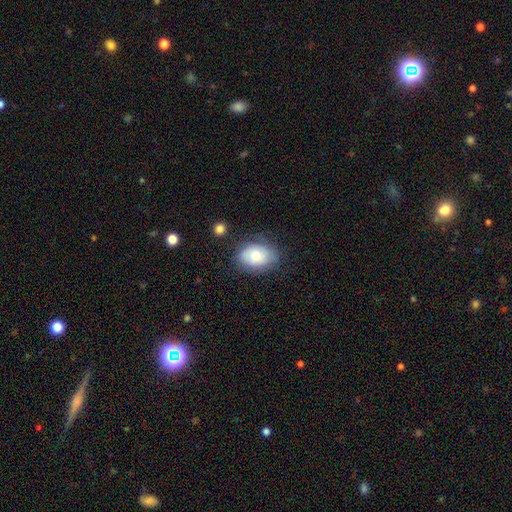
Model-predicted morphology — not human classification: smooth_or_featured: smooth (p=0.73) [alt: featured or disk p=0.19]
how_rounded: in between (p=0.81) [alt: round p=0.18]
merging: none (p=0.72) [alt: minor disturbance p=0.20]